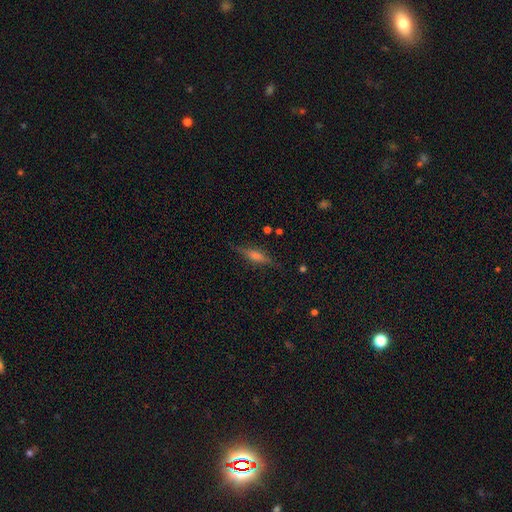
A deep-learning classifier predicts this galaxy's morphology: smooth_or_featured: featured or disk (p=0.51) [alt: smooth p=0.39]
disk_edge_on: yes (p=0.93) [alt: no p=0.07]
merging: none (p=0.80) [alt: minor disturbance p=0.14]